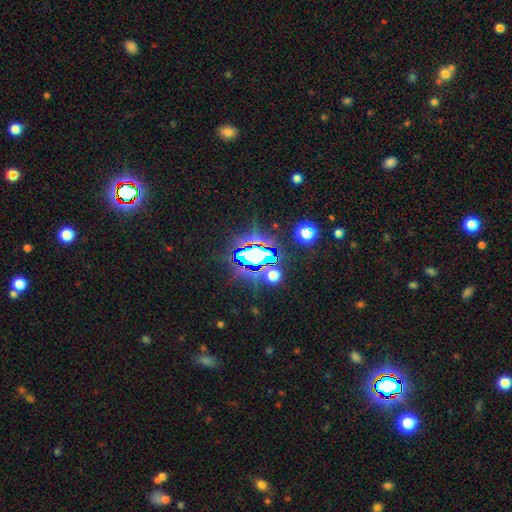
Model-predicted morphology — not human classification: type=star or artifact (71%).